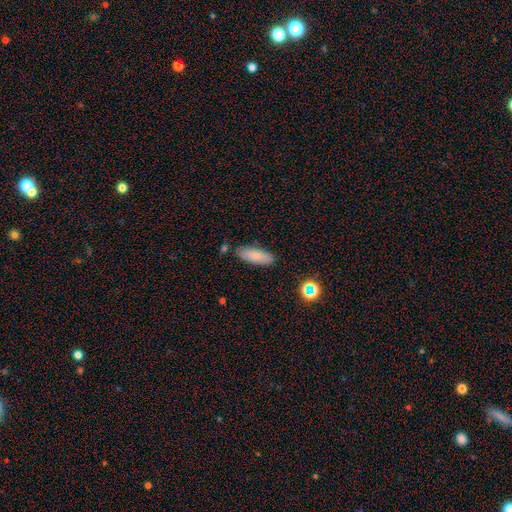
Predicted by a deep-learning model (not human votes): Q: Smooth or featured?
A: smooth (81%); runner-up: featured or disk (11%)
Q: How rounded?
A: in between (64%); runner-up: cigar-shaped (34%)
Q: Merging?
A: none (80%); runner-up: minor disturbance (14%)